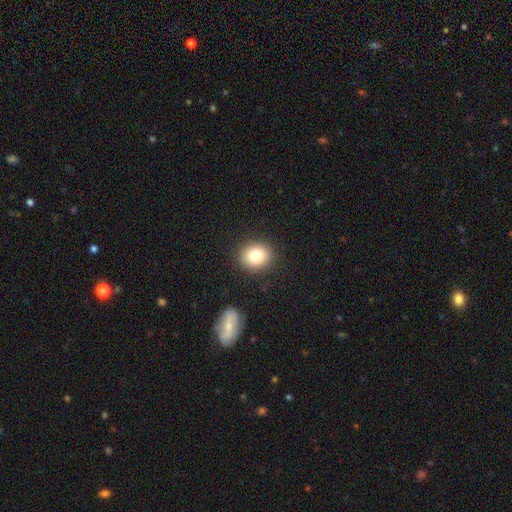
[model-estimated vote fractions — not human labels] This appears to be a smooth galaxy with no disk features (80%) that is round (70%). Merging: none (89%).